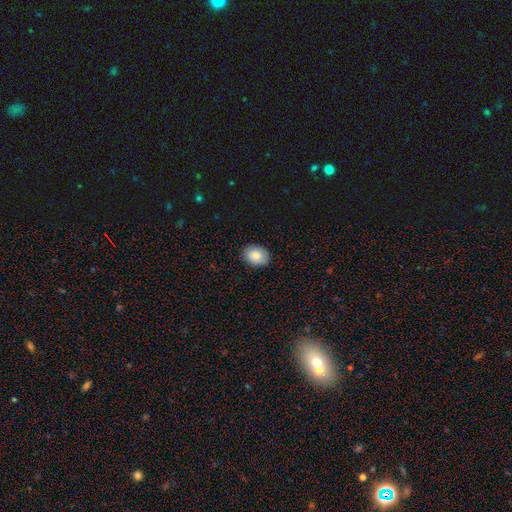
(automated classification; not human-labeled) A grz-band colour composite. It shows a smooth galaxy with no disk features (83%) that is in between round and cigar-shaped (68%). Merging: none (84%).